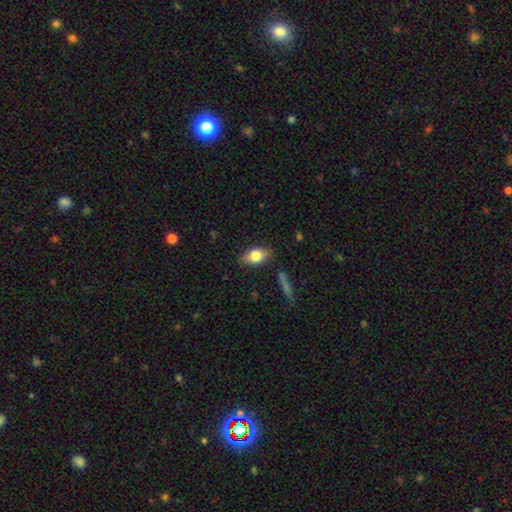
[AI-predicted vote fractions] A smooth galaxy with no disk features (76%) that is in between round and cigar-shaped (84%). Merging: none (82%).